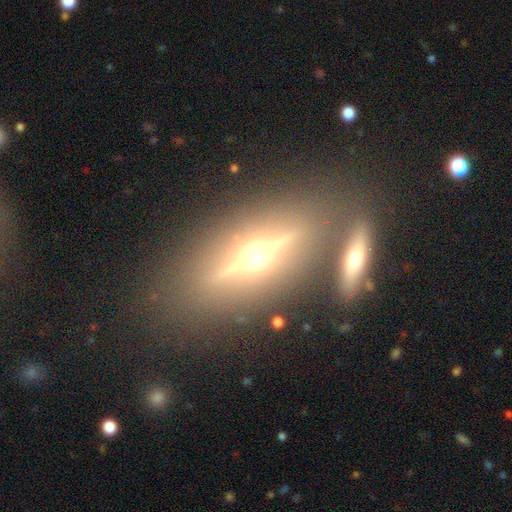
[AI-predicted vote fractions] Smooth or featured? featured or disk (74%)
Edge-on disk? yes (92%)
Edge-on bulge? rounded (96%)
Merging? none (74%)